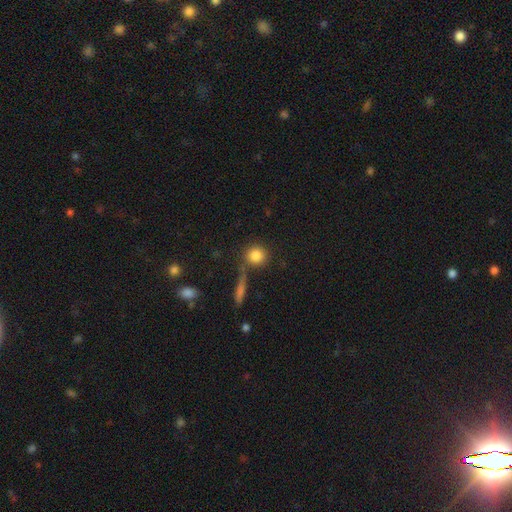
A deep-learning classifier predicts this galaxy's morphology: Smooth or featured?
  - smooth: 83% *
  - star or artifact: 10%
  - featured or disk: 7%
How rounded?
  - round: 88% *
  - in between: 10%
  - cigar-shaped: 3%
Merging?
  - none: 72% *
  - merger: 13%
  - minor disturbance: 10%
  - major disturbance: 4%